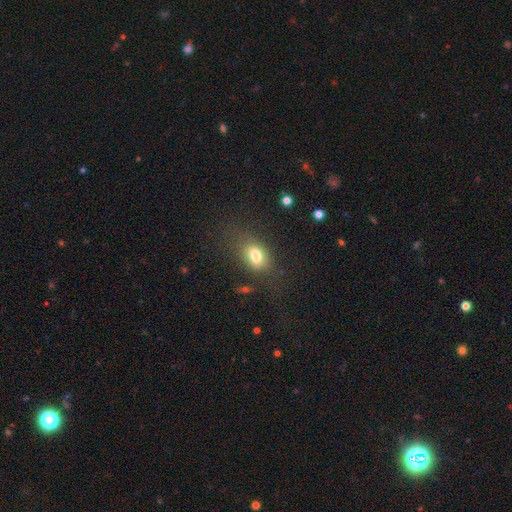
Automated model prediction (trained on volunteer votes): This is likely a smooth galaxy (77%). How rounded: clearly in between (80%). Merging: likely none (63%).